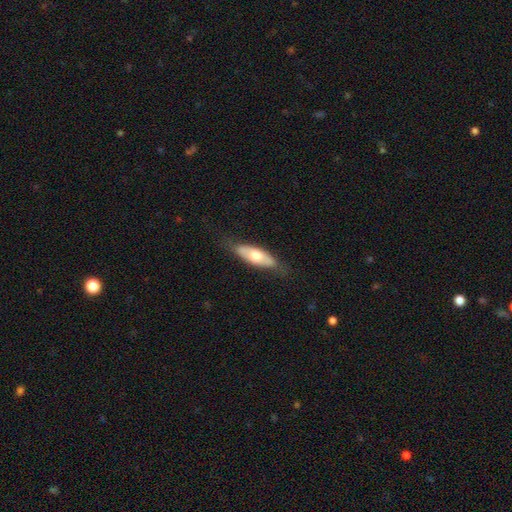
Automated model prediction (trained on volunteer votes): A smooth galaxy with no disk features (58%) that is in between round and cigar-shaped (69%). Merging: none (76%).